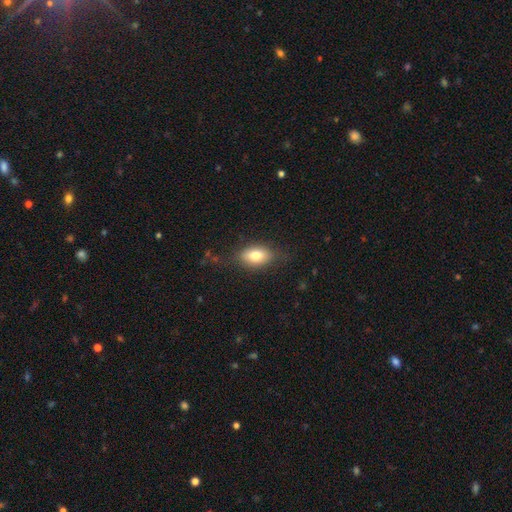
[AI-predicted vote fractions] Smooth or featured?
  - smooth: 75% *
  - featured or disk: 17%
  - star or artifact: 8%
How rounded?
  - in between: 83% *
  - round: 12%
  - cigar-shaped: 4%
Merging?
  - none: 77% *
  - minor disturbance: 16%
  - major disturbance: 5%
  - merger: 1%